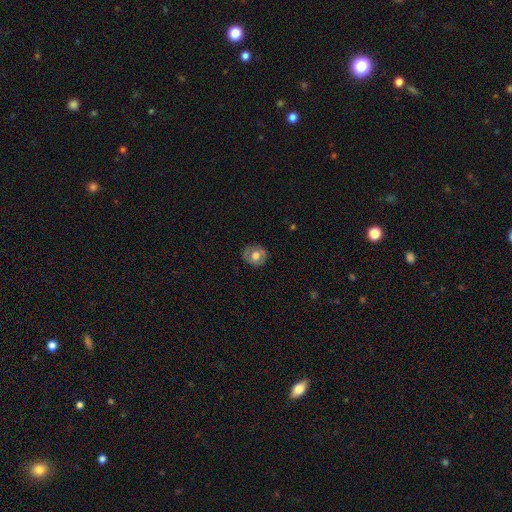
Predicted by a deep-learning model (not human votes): The model was most divided on "smooth or featured": smooth: 54%, featured or disk: 38%, star or artifact: 8%. More confident: merging — none (80%); how rounded — round (75%).